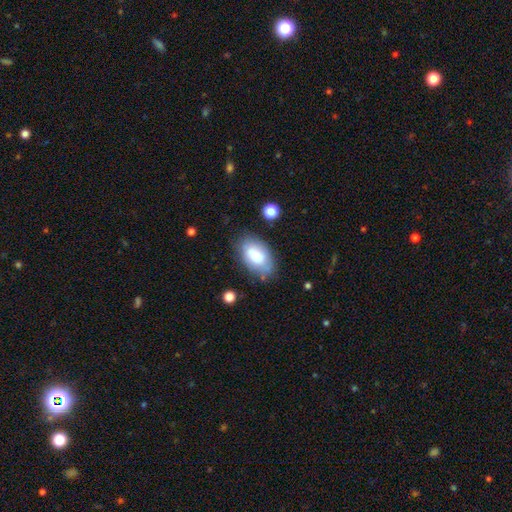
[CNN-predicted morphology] Smooth or featured? Predicted: smooth (p=0.73). How rounded? Predicted: in between (p=0.92). Merging? Predicted: none (p=0.68).